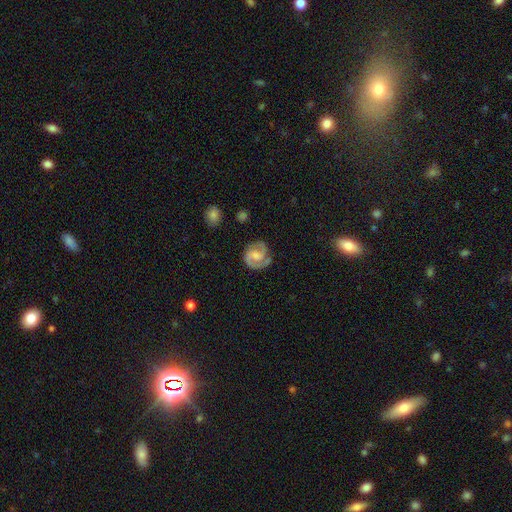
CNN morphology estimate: The model was most divided on "bar": no: 46%, weak: 44%, strong: 10%. Remaining: edge-on disk — no (98%); spiral arms — yes (97%); spiral arm count — 2 (89%); smooth or featured — featured or disk (84%); merging — none (77%); spiral winding — medium (49%); bulge size — moderate (41%).